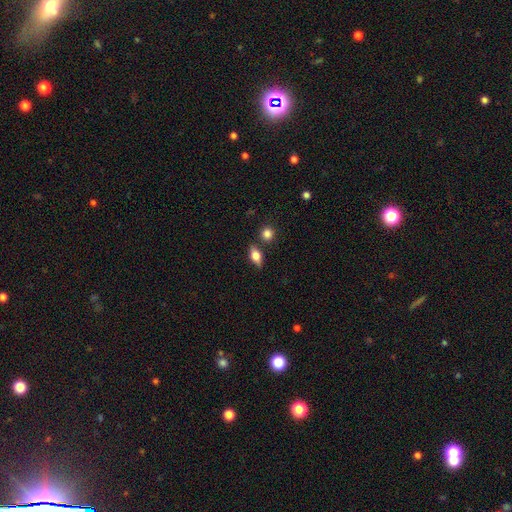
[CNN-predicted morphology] This is possibly a smooth galaxy (59%). How rounded: likely in between (73%). Merging: likely none (77%).